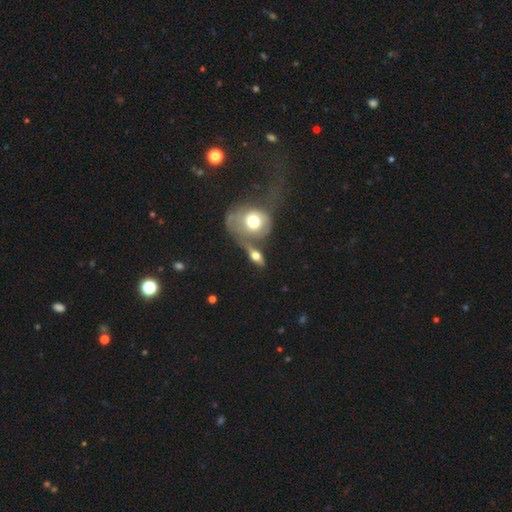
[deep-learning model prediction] Morphology: type=smooth (52%); roundness=in between (61%); merging=merger (43%).